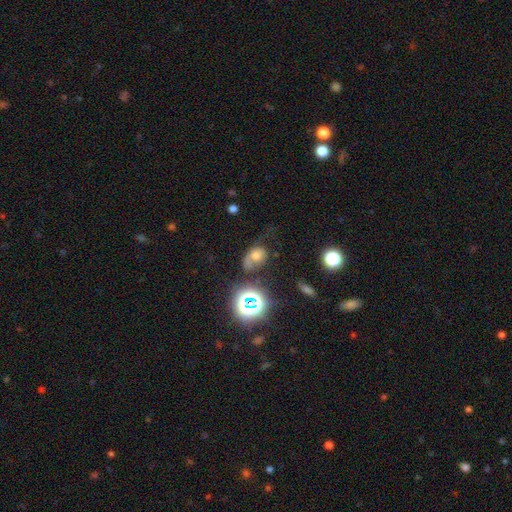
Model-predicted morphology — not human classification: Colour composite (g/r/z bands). It shows a smooth galaxy with no disk features (54%) that is in between round and cigar-shaped (61%). Merging: none (38%).